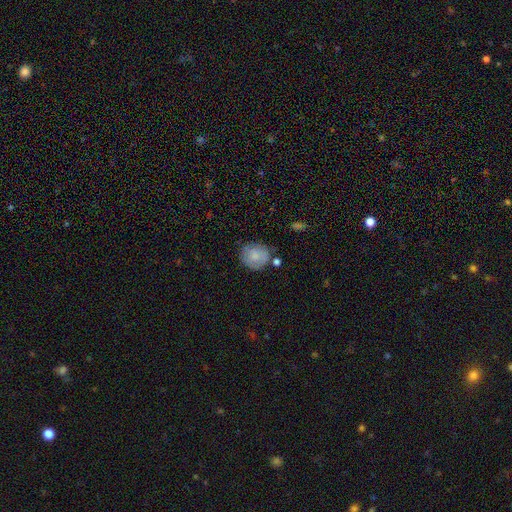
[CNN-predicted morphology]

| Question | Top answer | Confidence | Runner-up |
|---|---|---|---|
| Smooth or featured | smooth | 75% | featured or disk (18%) |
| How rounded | round | 82% | in between (17%) |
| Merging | none | 67% | minor disturbance (21%) |